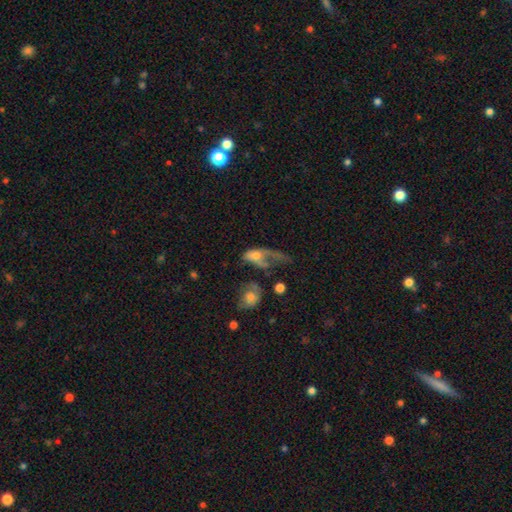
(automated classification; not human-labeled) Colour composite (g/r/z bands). It shows a smooth galaxy with no disk features (51%) that is in between round and cigar-shaped (79%). Merging: major disturbance (59%).